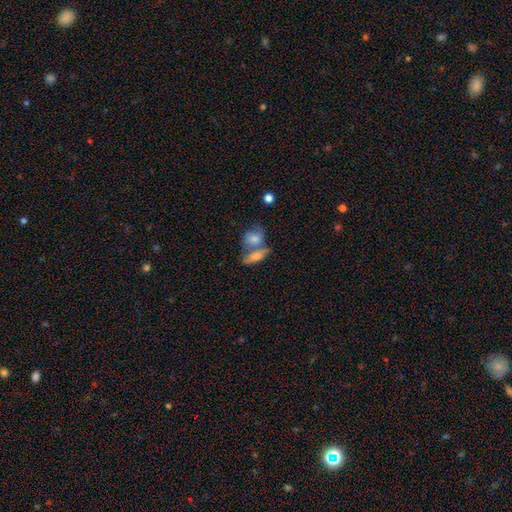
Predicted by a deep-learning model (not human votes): Overall: smooth (64%; featured or disk 26%). How rounded: in between (66%). Merging: merger (49%; none 36%).